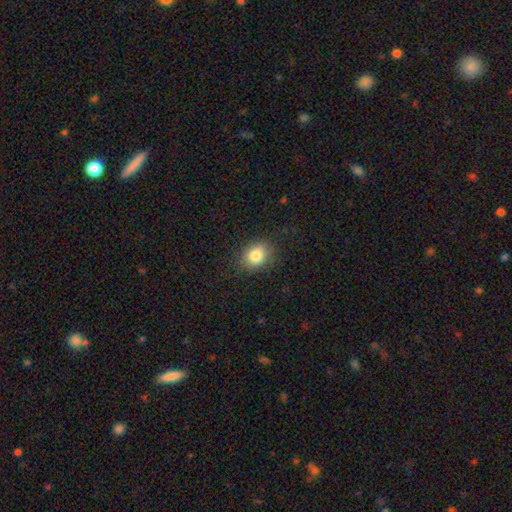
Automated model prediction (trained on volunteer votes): Smooth or featured? Predicted: smooth (p=0.83). How rounded? Predicted: in between (p=0.54). Merging? Predicted: none (p=0.83).